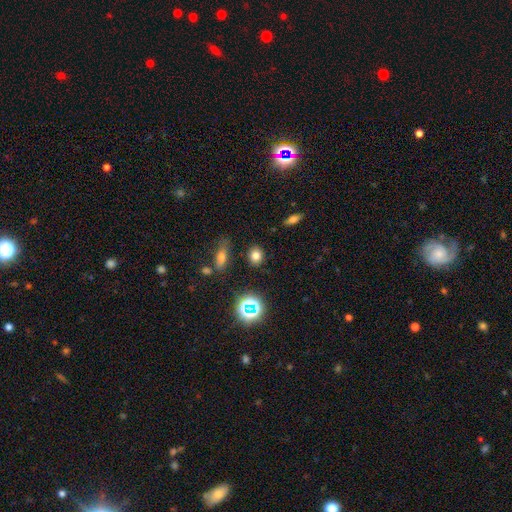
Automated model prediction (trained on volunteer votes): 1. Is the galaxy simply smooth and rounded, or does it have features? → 75% smooth, 18% star or artifact, 8% featured or disk.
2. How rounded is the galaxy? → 61% round, 37% in between, 2% cigar-shaped.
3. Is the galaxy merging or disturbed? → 85% none, 10% minor disturbance, 3% major disturbance, 3% merger.